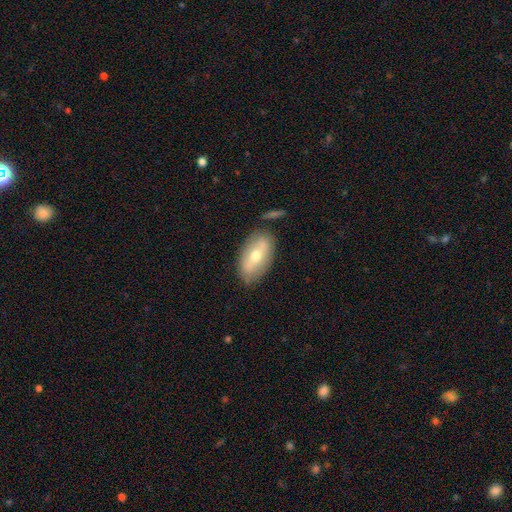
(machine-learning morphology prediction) Smooth or featured: smooth — 54% (featured or disk — 40%)
How rounded: in between — 90% (round — 6%)
Merging: none — 75% (minor disturbance — 15%)